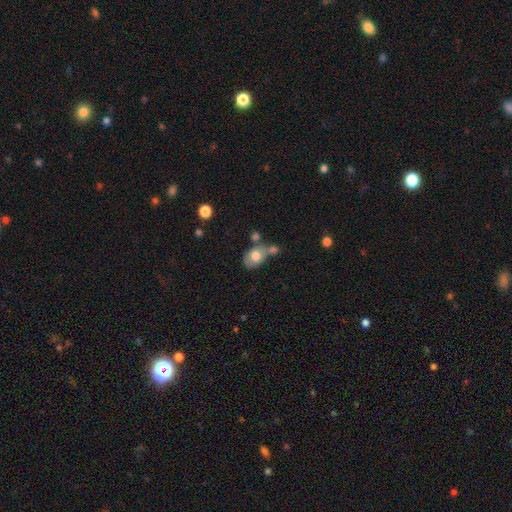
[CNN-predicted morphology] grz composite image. It shows a smooth galaxy with no disk features (72%) that is in between round and cigar-shaped (75%). Merging: merger (38%).